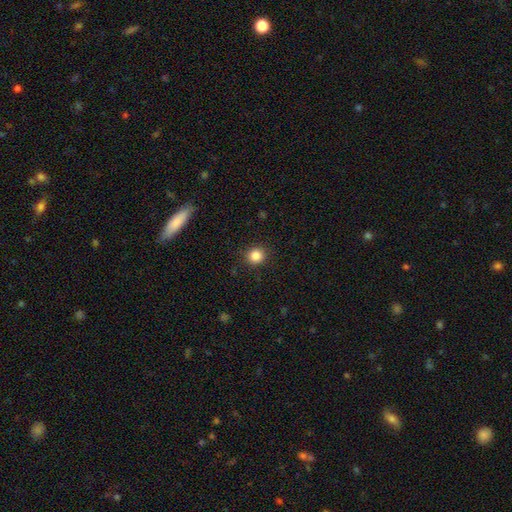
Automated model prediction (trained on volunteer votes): Q: Smooth or featured?
A: smooth (85%); runner-up: star or artifact (11%)
Q: How rounded?
A: round (91%); runner-up: in between (8%)
Q: Merging?
A: none (91%); runner-up: minor disturbance (6%)